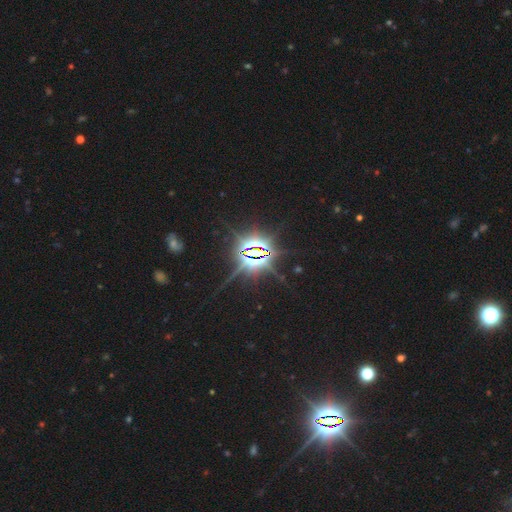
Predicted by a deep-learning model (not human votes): A star or artifact, not a galaxy (85%).

Vote fractions:
- Smooth or featured? star or artifact: 85% / featured or disk: 9% / smooth: 6%